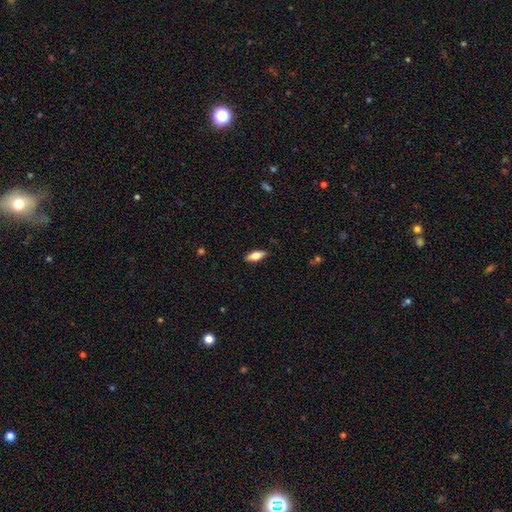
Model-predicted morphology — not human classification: Q: Smooth or featured?
A: smooth (67%); runner-up: featured or disk (27%)
Q: How rounded?
A: in between (74%); runner-up: cigar-shaped (23%)
Q: Merging?
A: none (88%); runner-up: minor disturbance (10%)